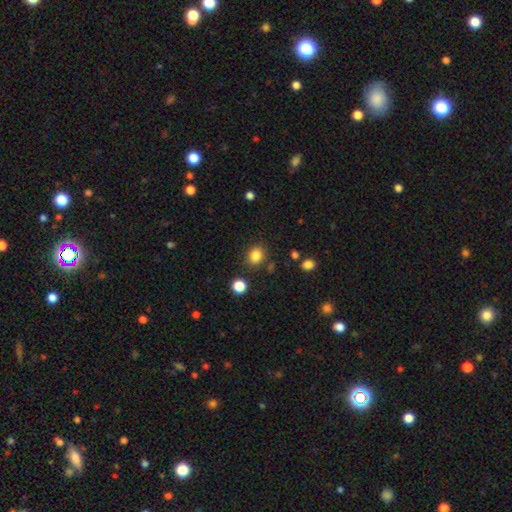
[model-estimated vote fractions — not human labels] smooth-or-featured: smooth: 84% | star or artifact: 12% | featured or disk: 5%
  how-rounded: round: 65% | in between: 34% | cigar-shaped: 1%
  merging: none: 83% | minor disturbance: 10% | merger: 4% | major disturbance: 3%